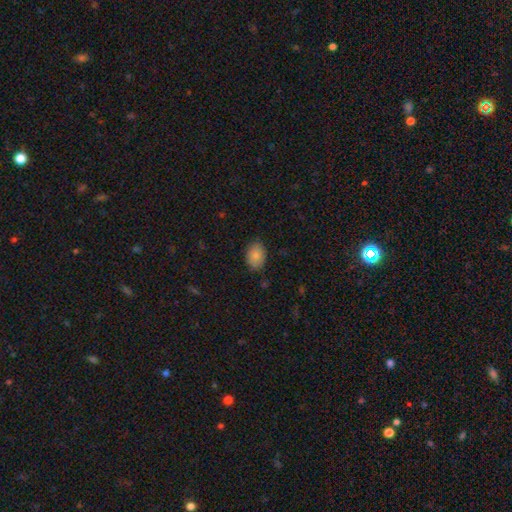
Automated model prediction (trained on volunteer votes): Smooth or featured?
  - smooth: 82% *
  - featured or disk: 10%
  - star or artifact: 8%
How rounded?
  - in between: 80% *
  - round: 19%
  - cigar-shaped: 1%
Merging?
  - none: 83% *
  - minor disturbance: 14%
  - major disturbance: 3%
  - merger: 1%